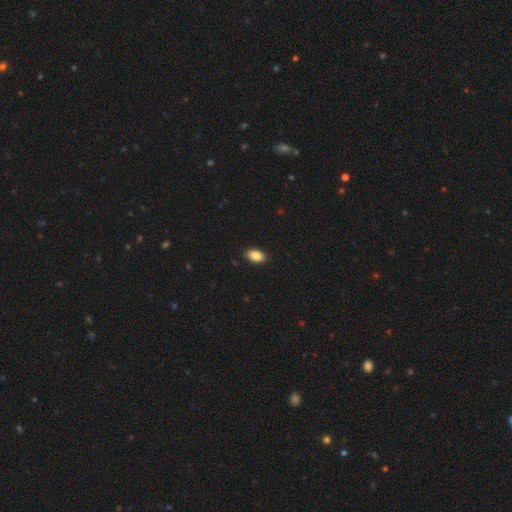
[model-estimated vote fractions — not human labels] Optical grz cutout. It shows a smooth galaxy with no disk features (87%) that is in between round and cigar-shaped (91%). Merging: none (90%).